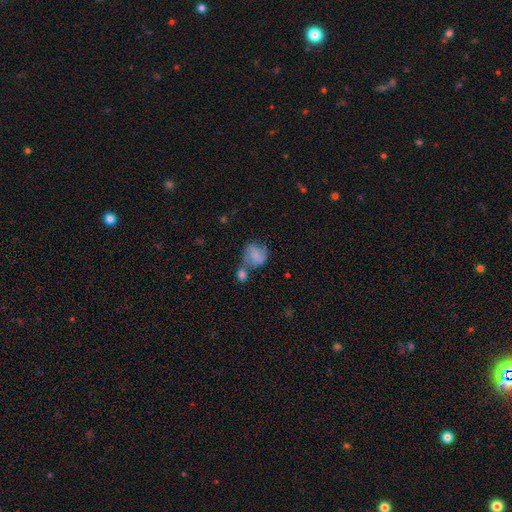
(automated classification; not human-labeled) This appears to be a smooth galaxy with no disk features (62%) that is round (60%). Merging: merger (37%).